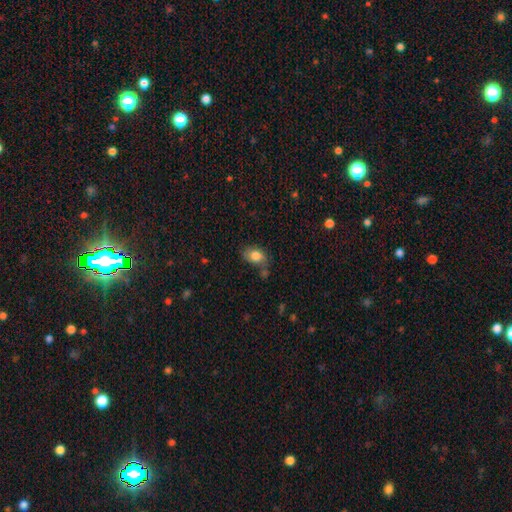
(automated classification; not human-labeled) Smooth or featured? Predicted: smooth (p=0.82). How rounded? Predicted: in between (p=0.79). Merging? Predicted: none (p=0.57).